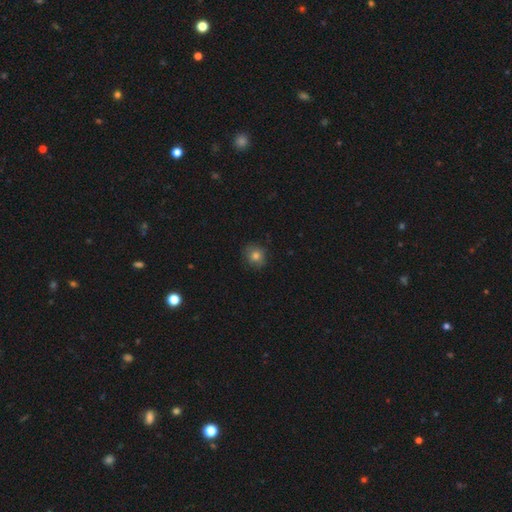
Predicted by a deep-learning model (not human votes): This is likely a smooth galaxy (79%). How rounded: clearly round (82%). Merging: clearly none (82%).